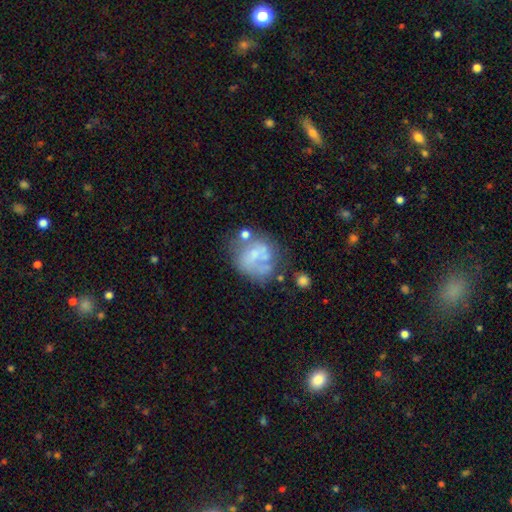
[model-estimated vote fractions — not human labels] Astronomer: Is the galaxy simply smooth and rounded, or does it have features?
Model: featured or disk — 51% (runner-up: smooth, 38%).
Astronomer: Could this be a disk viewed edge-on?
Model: no — 98%.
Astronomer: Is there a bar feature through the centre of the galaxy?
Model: no — 80%.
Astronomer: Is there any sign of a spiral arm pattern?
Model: no — 78%.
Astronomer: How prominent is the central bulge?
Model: none — 47% (runner-up: small, 27%).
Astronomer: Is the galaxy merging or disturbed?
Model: none — 39% (runner-up: major disturbance, 24%).